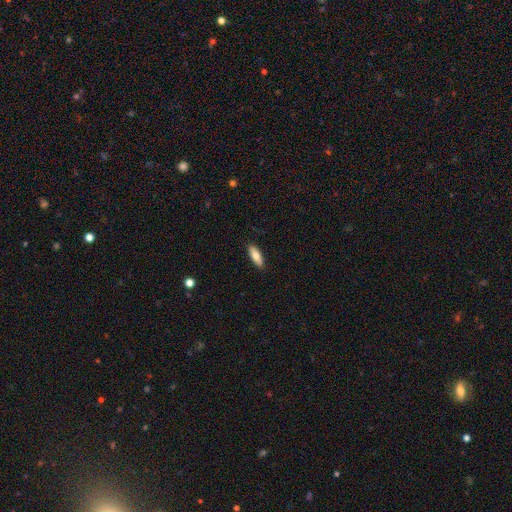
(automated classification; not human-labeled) A smooth galaxy with no disk features (76%) that is in between round and cigar-shaped (60%). Merging: none (90%).